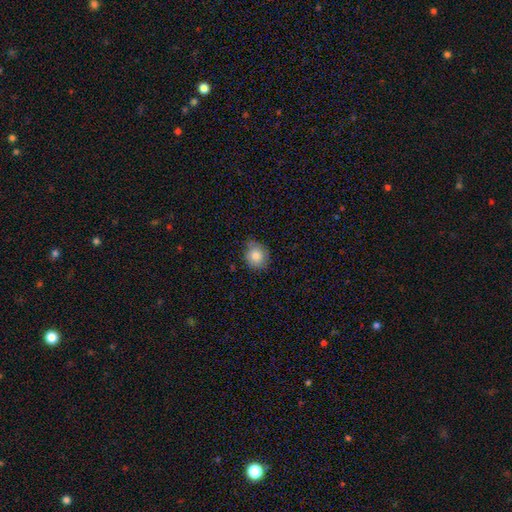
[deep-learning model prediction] A smooth galaxy with no disk features (81%) that is round (77%).

Vote fractions:
- Smooth or featured? smooth: 81% / featured or disk: 10% / star or artifact: 9%
- How rounded? round: 77% / in between: 22% / cigar-shaped: 1%
- Merging? none: 72% / minor disturbance: 23% / major disturbance: 3% / merger: 2%